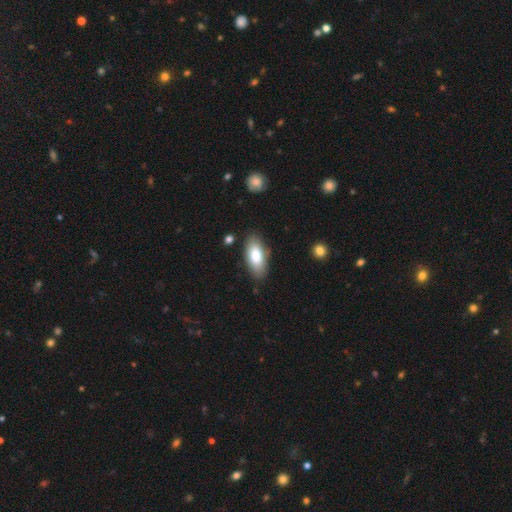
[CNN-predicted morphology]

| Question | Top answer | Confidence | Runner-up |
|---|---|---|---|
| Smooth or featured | smooth | 80% | featured or disk (14%) |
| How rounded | in between | 87% | cigar-shaped (11%) |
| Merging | none | 83% | minor disturbance (12%) |